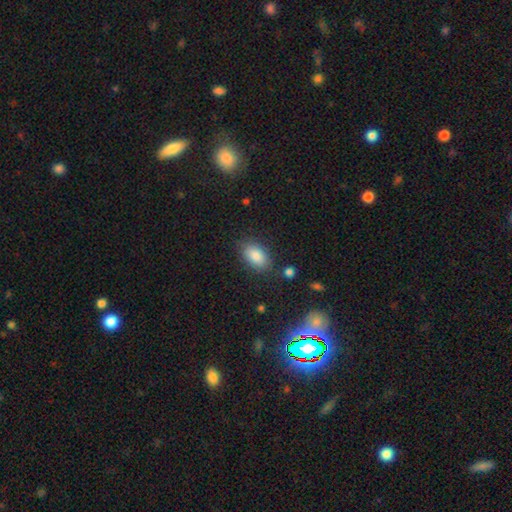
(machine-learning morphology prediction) This is clearly a smooth galaxy (86%). How rounded: clearly in between (91%). Merging: clearly none (81%).